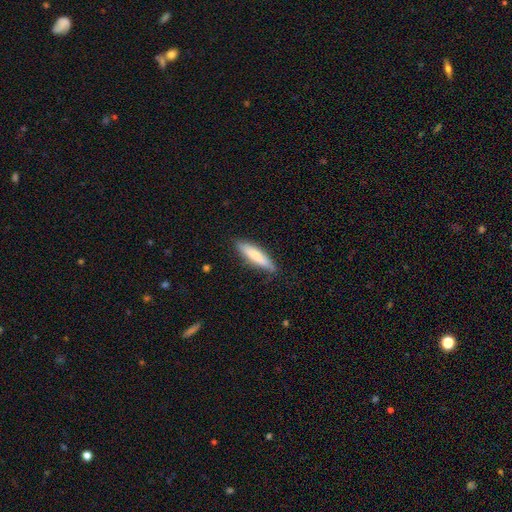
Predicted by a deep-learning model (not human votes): Morphology: type=smooth (72%); roundness=cigar-shaped (75%); merging=none (83%).